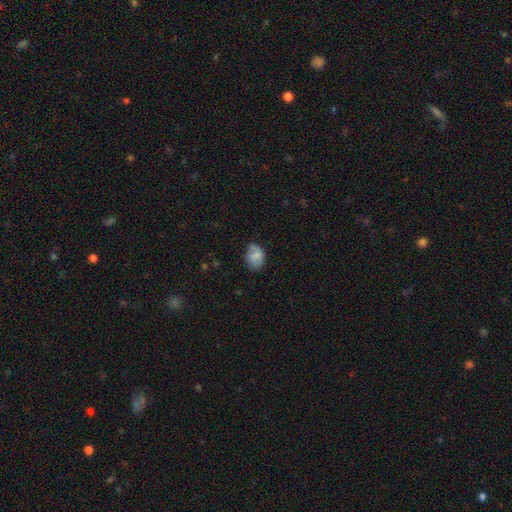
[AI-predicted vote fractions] Smooth or featured? smooth (70%)
How rounded? in between (71%)
Merging? none (49%)